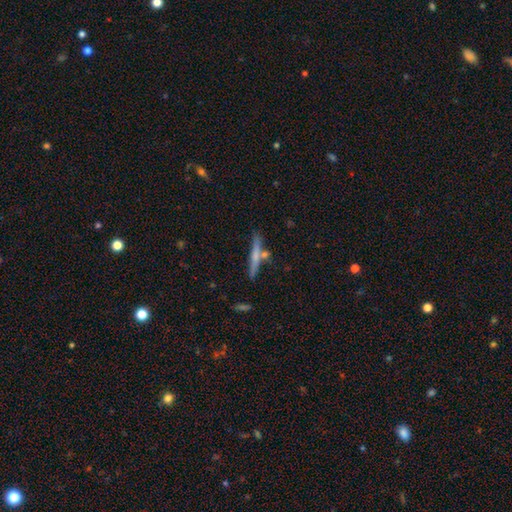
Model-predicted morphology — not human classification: Smooth or featured? smooth (50%)
Merging? none (76%)